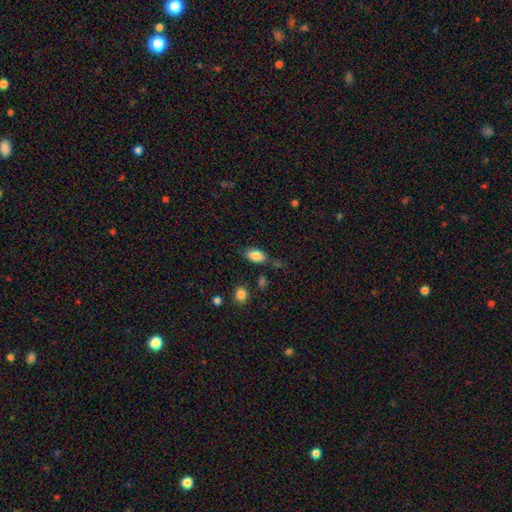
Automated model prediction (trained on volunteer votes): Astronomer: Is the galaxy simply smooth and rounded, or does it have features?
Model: smooth — 85%.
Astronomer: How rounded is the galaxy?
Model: in between — 90%.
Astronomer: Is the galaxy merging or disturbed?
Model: none — 72%.